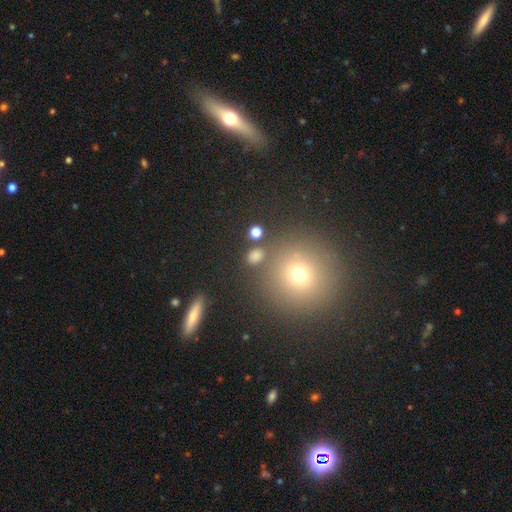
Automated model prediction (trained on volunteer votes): smooth_or_featured: smooth (p=0.75) [alt: star or artifact p=0.19]
how_rounded: round (p=0.56) [alt: in between p=0.42]
merging: none (p=0.79) [alt: minor disturbance p=0.09]